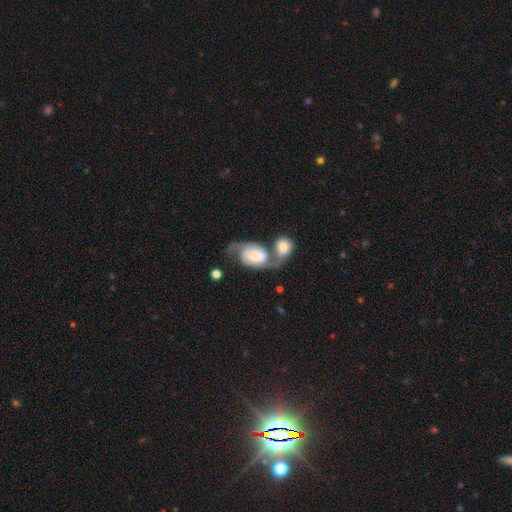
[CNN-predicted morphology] A featured or disk galaxy (61%) with no bar (57%), 2 (82%) loose (47%) spiral arms (89%) and a large central bulge (37%). Merging: merger (54%).